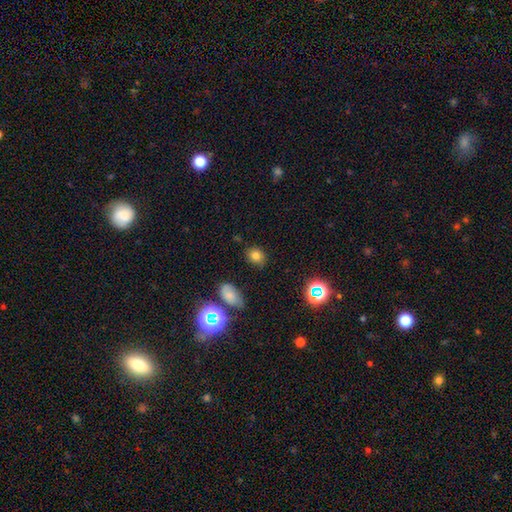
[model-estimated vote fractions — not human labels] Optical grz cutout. It shows a smooth galaxy with no disk features (75%) that is round (56%). Merging: none (77%).